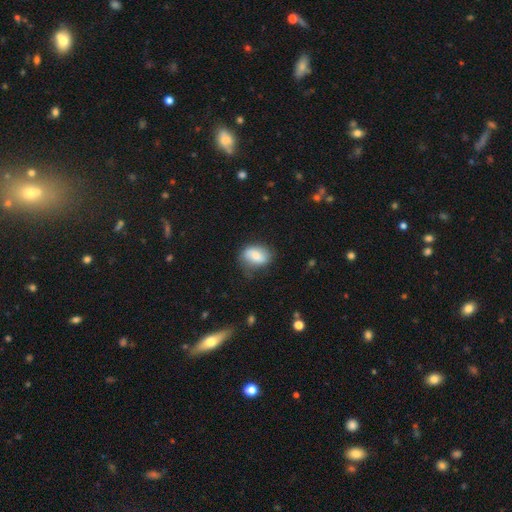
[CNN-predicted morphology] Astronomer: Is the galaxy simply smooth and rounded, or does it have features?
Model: smooth — 72%.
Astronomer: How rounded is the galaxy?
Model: in between — 76%.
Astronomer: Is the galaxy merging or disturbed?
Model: none — 63%.